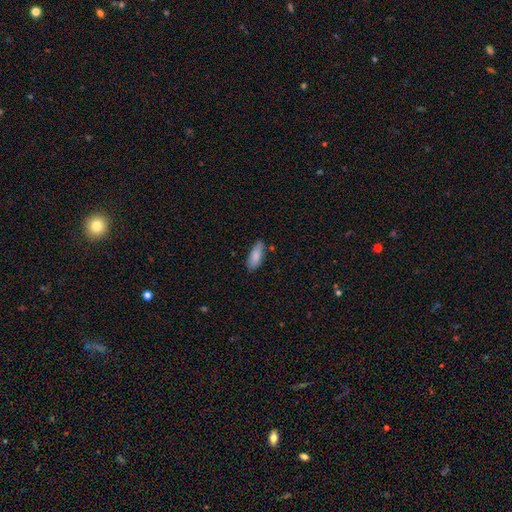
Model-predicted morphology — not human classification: Smooth or featured: smooth — 85% (featured or disk — 8%)
How rounded: in between — 74% (cigar-shaped — 24%)
Merging: none — 67% (minor disturbance — 25%)